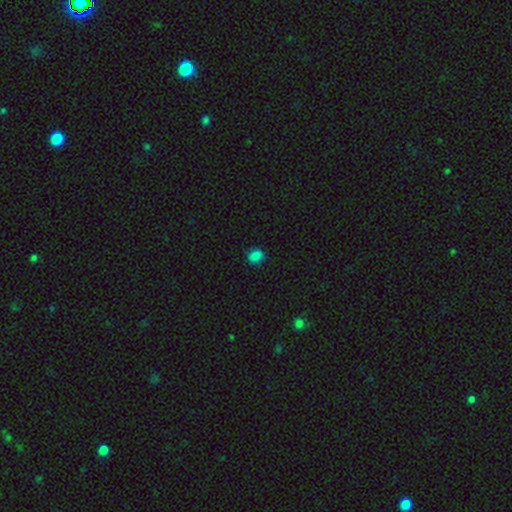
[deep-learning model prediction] A smooth galaxy with no disk features (83%) that is round (68%). Merging: none (85%).